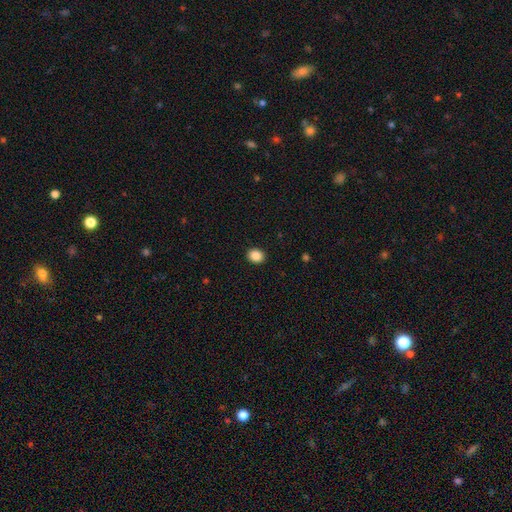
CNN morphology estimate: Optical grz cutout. It shows a smooth galaxy with no disk features (86%) that is round (61%). Merging: none (92%).